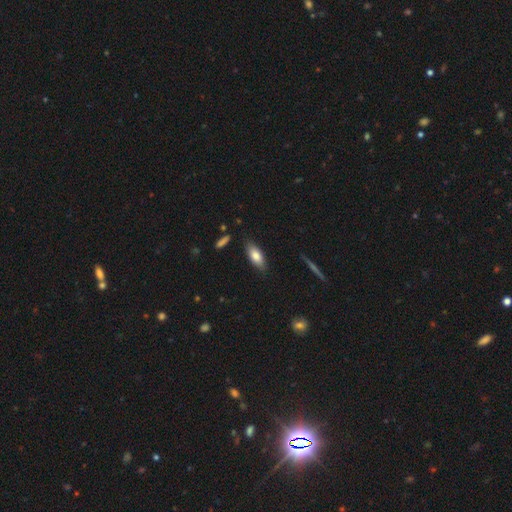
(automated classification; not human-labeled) Smooth or featured: smooth — 80% (featured or disk — 14%)
How rounded: in between — 79% (cigar-shaped — 19%)
Merging: none — 84% (minor disturbance — 12%)